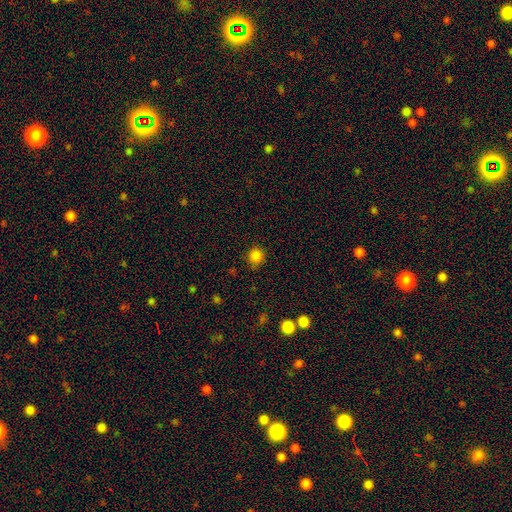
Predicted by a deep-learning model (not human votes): Smooth or featured? Predicted: smooth (p=0.84). How rounded? Predicted: round (p=0.89). Merging? Predicted: none (p=0.83).